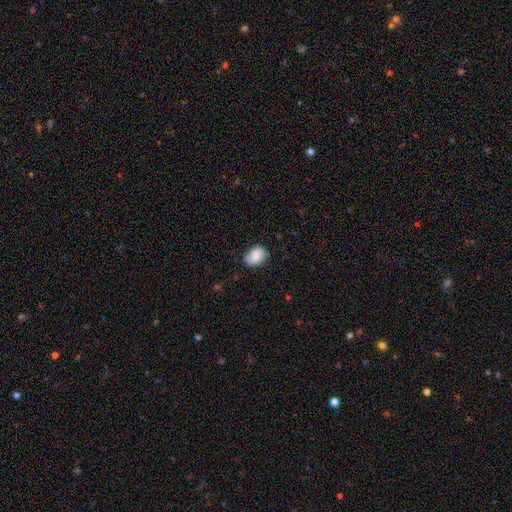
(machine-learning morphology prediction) smooth-or-featured: smooth: 83% | featured or disk: 10% | star or artifact: 7%
  how-rounded: in between: 78% | round: 21% | cigar-shaped: 1%
  merging: none: 79% | minor disturbance: 17% | major disturbance: 3% | merger: 1%